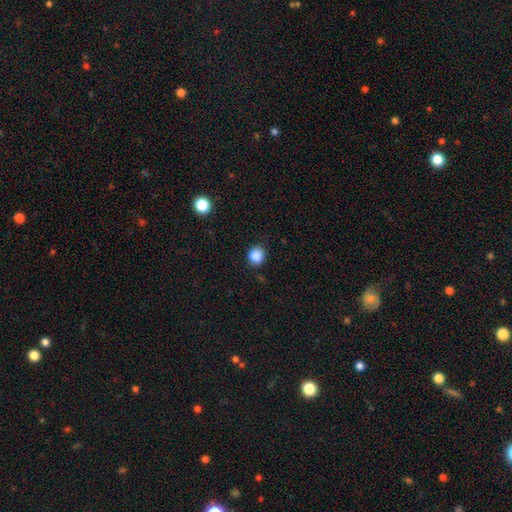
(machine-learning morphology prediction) Smooth or featured?
  - smooth: 87% *
  - star or artifact: 10%
  - featured or disk: 3%
How rounded?
  - round: 82% *
  - in between: 17%
  - cigar-shaped: 1%
Merging?
  - none: 82% *
  - minor disturbance: 13%
  - major disturbance: 3%
  - merger: 2%